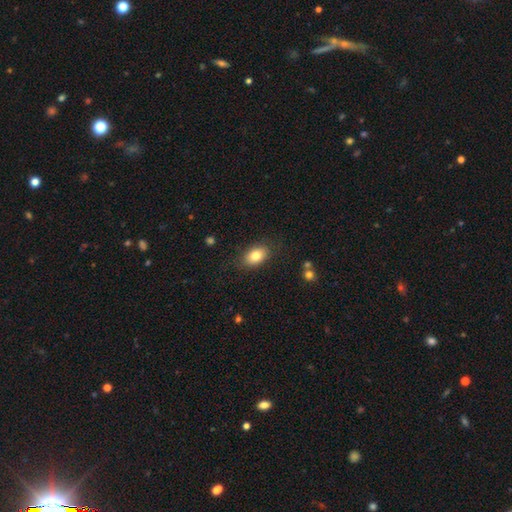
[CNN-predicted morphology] Q: Smooth or featured?
A: smooth (81%); runner-up: featured or disk (11%)
Q: How rounded?
A: in between (86%); runner-up: round (13%)
Q: Merging?
A: none (83%); runner-up: minor disturbance (12%)